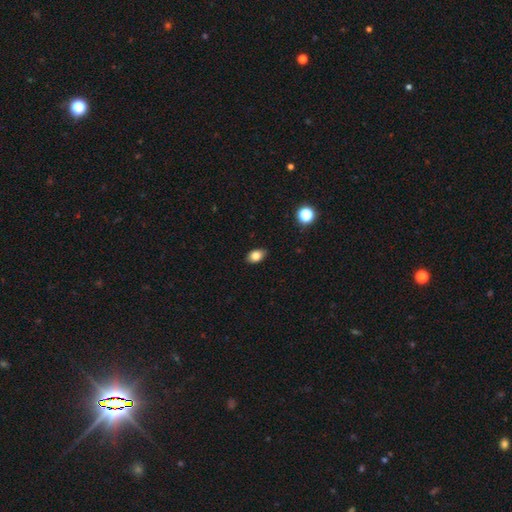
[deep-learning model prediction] smooth 82%, star or artifact 10%, featured or disk 7%. Down the decision tree: how rounded — in between (83%); merging — none (88%).